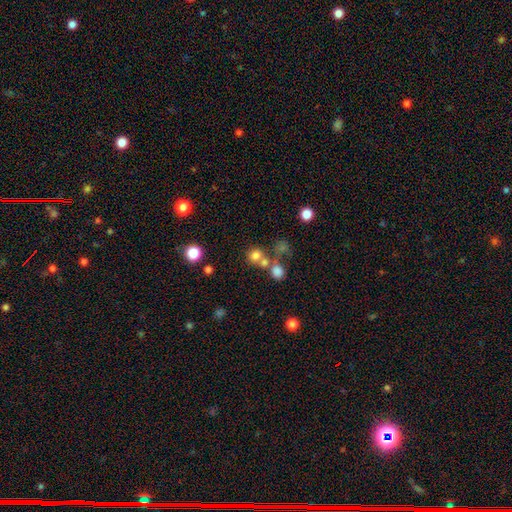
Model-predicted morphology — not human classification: The model was most divided on "merging": none: 55%, merger: 32%, minor disturbance: 8%, major disturbance: 5%. More confident: how rounded — round (87%); smooth or featured — smooth (74%).